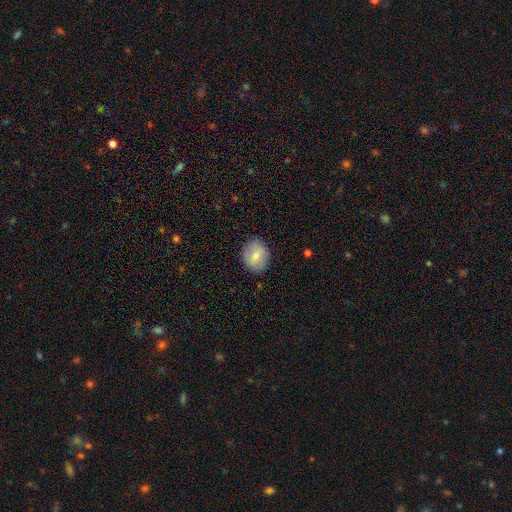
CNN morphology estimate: smooth_or_featured: smooth (p=0.76) [alt: featured or disk p=0.16]
how_rounded: round (p=0.62) [alt: in between p=0.37]
merging: none (p=0.85) [alt: minor disturbance p=0.11]